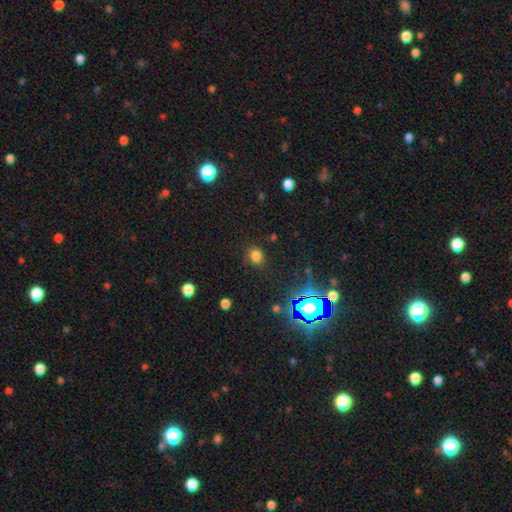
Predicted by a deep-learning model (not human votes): This appears to be a smooth galaxy with no disk features (73%) that is round (71%). Merging: none (83%).